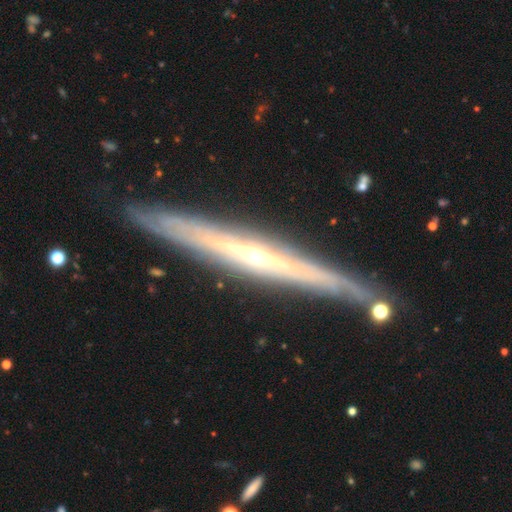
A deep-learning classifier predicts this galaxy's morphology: smooth-or-featured: featured or disk: 83% | smooth: 11% | star or artifact: 5%
  disk-edge-on: yes: 93% | no: 7%
    edge-on-bulge: rounded: 70% | none: 27% | boxy: 3%
  merging: none: 87% | minor disturbance: 9% | merger: 2% | major disturbance: 2%